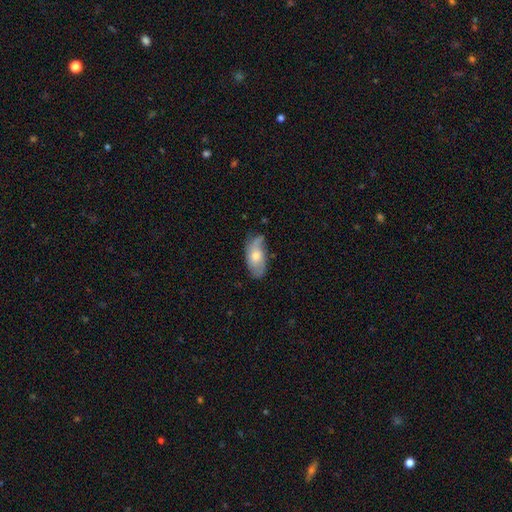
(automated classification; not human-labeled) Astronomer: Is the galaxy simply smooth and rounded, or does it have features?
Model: featured or disk — 48% (runner-up: smooth, 45%).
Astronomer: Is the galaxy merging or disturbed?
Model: none — 59%.